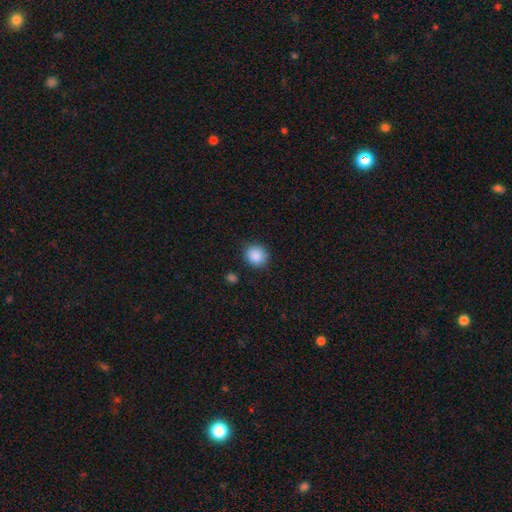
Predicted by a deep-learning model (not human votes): The model was most divided on "how rounded": round: 77%, in between: 22%, cigar-shaped: 1%. More confident: smooth or featured — smooth (88%); merging — none (86%).